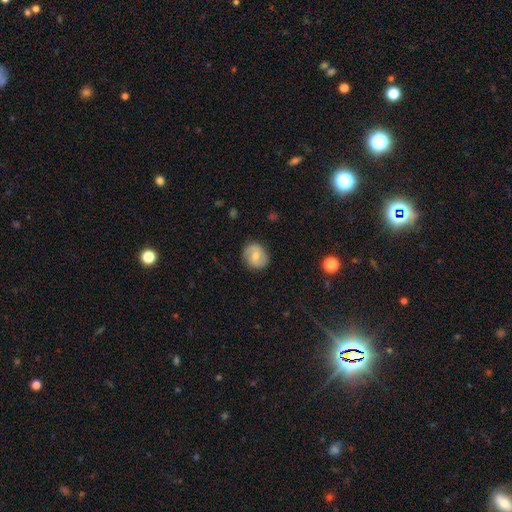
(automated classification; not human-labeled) A smooth galaxy with no disk features (57%) that is round (79%).

Vote fractions:
- Smooth or featured? smooth: 57% / featured or disk: 35% / star or artifact: 8%
- How rounded? round: 79% / in between: 20% / cigar-shaped: 1%
- Merging? none: 85% / minor disturbance: 11% / major disturbance: 3% / merger: 1%